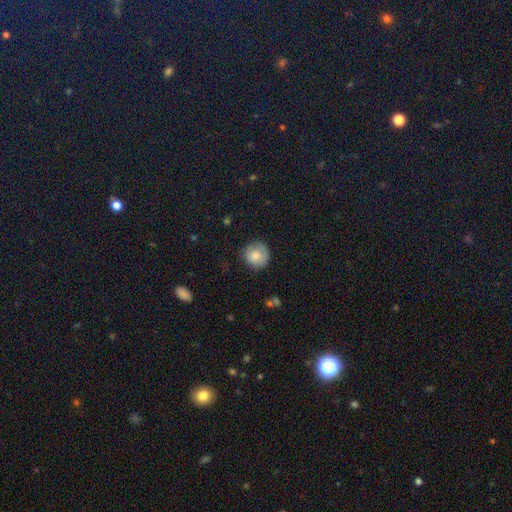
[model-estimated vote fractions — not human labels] smooth-or-featured: smooth: 80% | featured or disk: 12% | star or artifact: 8%
  how-rounded: round: 92% | in between: 7% | cigar-shaped: 1%
  merging: none: 77% | minor disturbance: 18% | major disturbance: 4% | merger: 1%